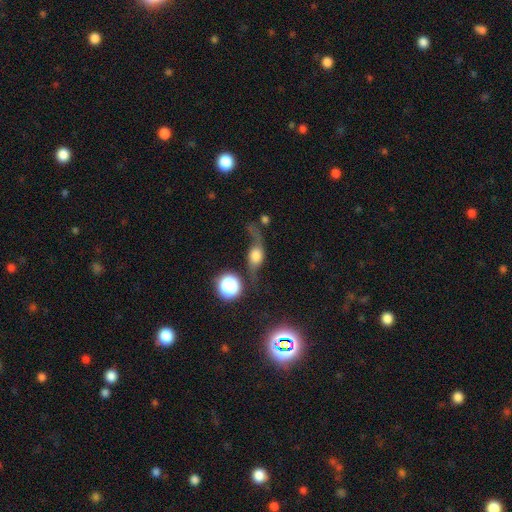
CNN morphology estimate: This is possibly a featured or disk galaxy (53%). It is likely not viewed edge-on (66%). Merging: marginally none (41%).